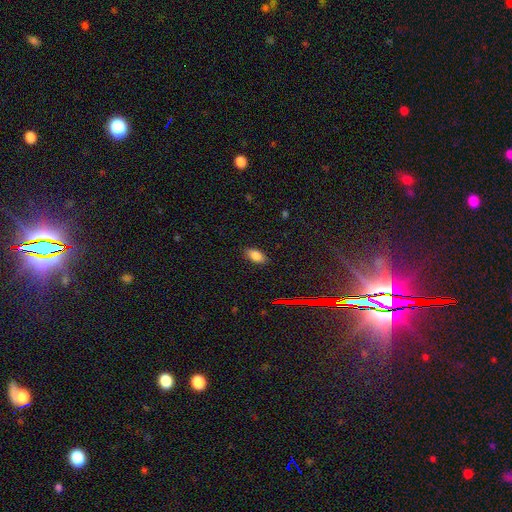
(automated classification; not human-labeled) smooth 82%, star or artifact 12%, featured or disk 6%. Down the decision tree: how rounded — in between (91%); merging — none (87%).